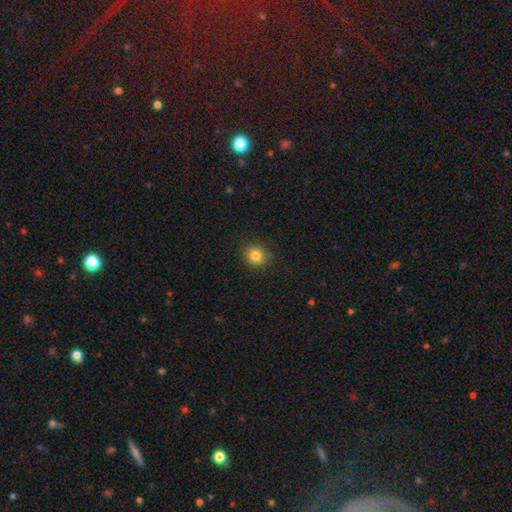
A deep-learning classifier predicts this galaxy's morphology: This appears to be a smooth galaxy with no disk features (83%) that is round (86%). Merging: none (88%).